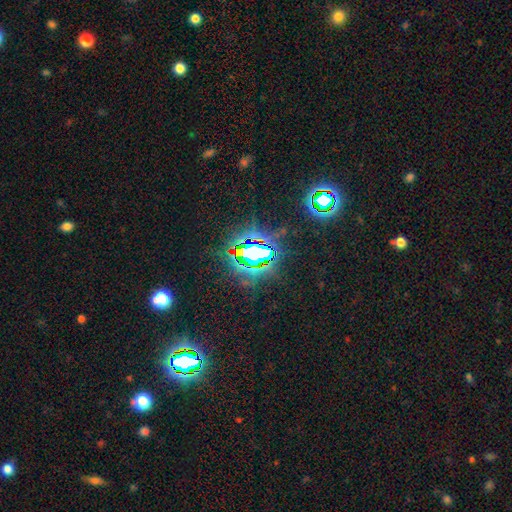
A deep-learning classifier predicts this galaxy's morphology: Smooth or featured?
  - star or artifact: 78% *
  - smooth: 12%
  - featured or disk: 10%